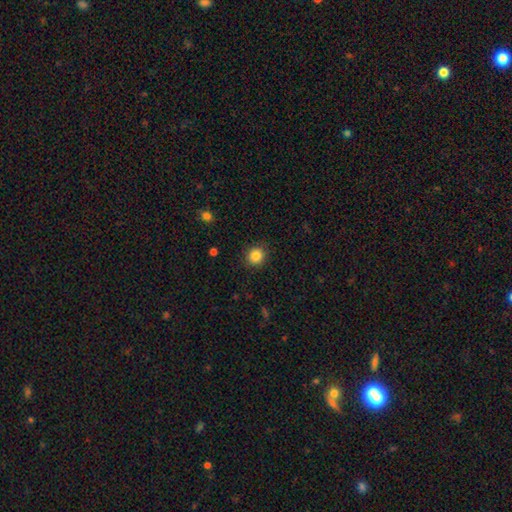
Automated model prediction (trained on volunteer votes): Morphology: type=smooth (85%); roundness=round (88%); merging=none (89%).